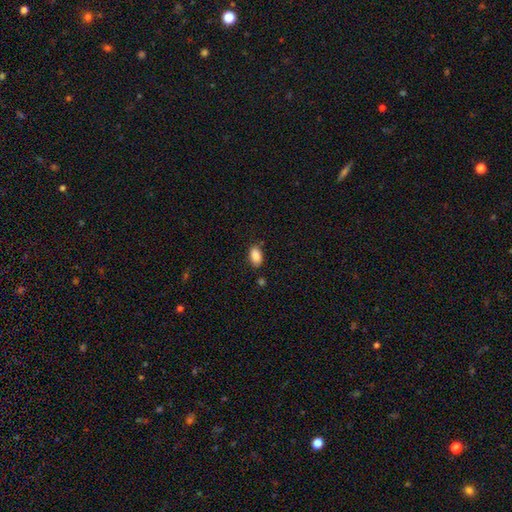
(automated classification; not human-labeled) Smooth or featured: smooth — 89% (star or artifact — 8%)
How rounded: in between — 92% (round — 6%)
Merging: none — 79% (minor disturbance — 15%)